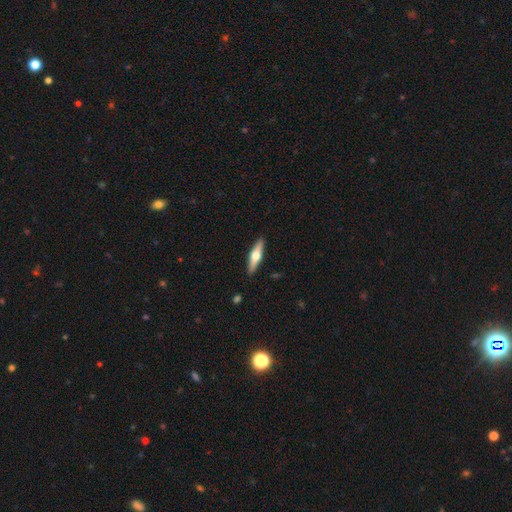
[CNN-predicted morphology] The model was most divided on "smooth or featured": featured or disk: 59%, smooth: 36%, star or artifact: 5%. More confident: edge-on disk — yes (96%); edge-on bulge — rounded (95%); merging — none (90%).